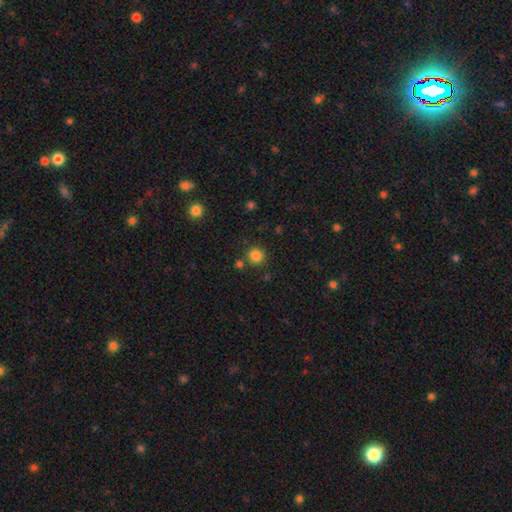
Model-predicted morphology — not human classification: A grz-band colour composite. It shows a smooth galaxy with no disk features (84%) that is round (93%). Merging: none (83%).